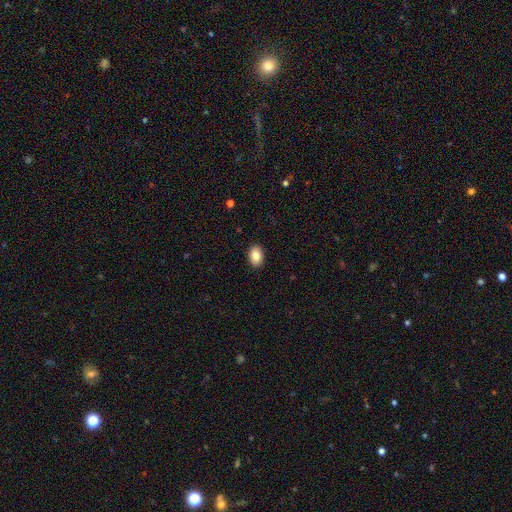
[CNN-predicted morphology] smooth-or-featured: smooth: 86% | star or artifact: 8% | featured or disk: 7%
  how-rounded: in between: 84% | round: 14% | cigar-shaped: 1%
  merging: none: 91% | minor disturbance: 7% | major disturbance: 2% | merger: 1%